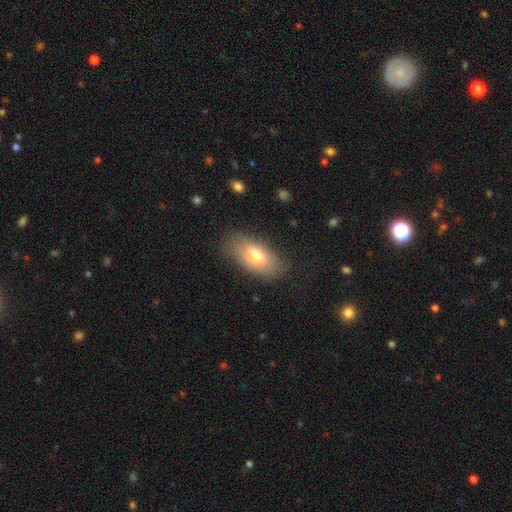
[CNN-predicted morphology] Overall: smooth (71%). How rounded: in between (89%). Merging: none (76%).